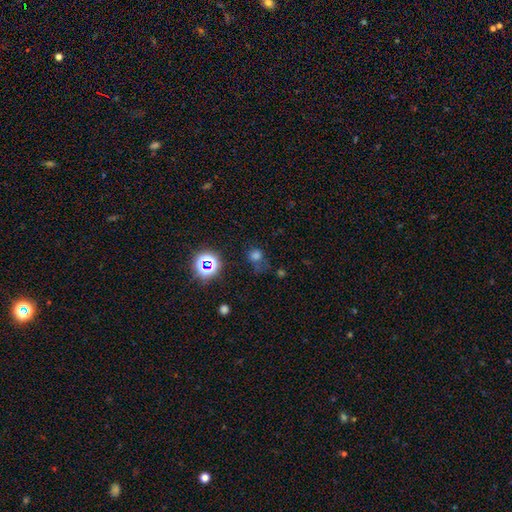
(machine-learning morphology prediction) smooth 59%, star or artifact 32%, featured or disk 9%. Down the decision tree: how rounded — round (79%); merging — none (57%).